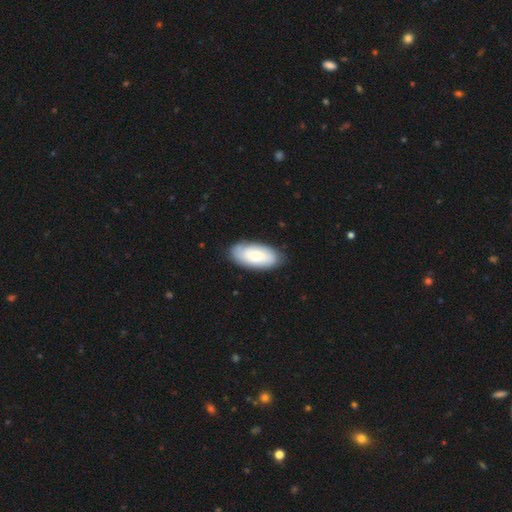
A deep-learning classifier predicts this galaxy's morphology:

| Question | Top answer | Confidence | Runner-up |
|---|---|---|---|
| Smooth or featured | smooth | 68% | featured or disk (27%) |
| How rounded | in between | 92% | cigar-shaped (6%) |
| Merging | none | 81% | minor disturbance (15%) |